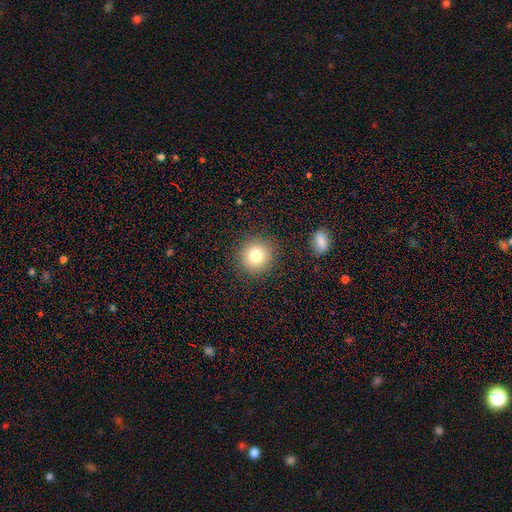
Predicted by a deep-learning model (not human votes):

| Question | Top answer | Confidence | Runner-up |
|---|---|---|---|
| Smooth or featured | smooth | 78% | star or artifact (12%) |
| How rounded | round | 94% | in between (5%) |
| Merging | none | 89% | minor disturbance (7%) |